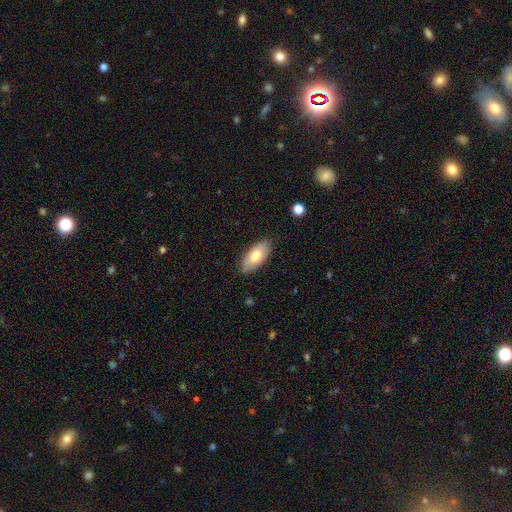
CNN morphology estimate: smooth_or_featured: smooth (p=0.73) [alt: featured or disk p=0.21]
how_rounded: in between (p=0.89) [alt: cigar-shaped p=0.08]
merging: none (p=0.84) [alt: minor disturbance p=0.12]